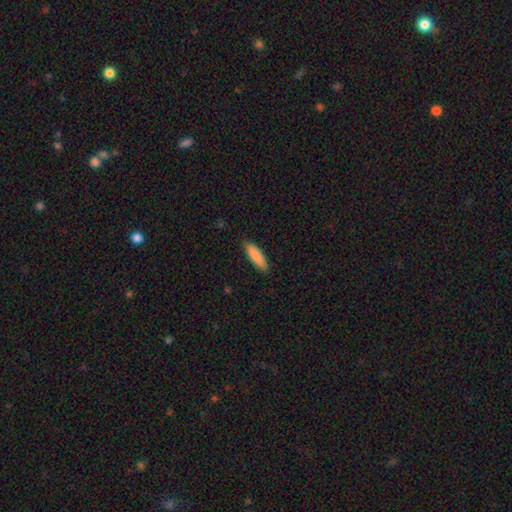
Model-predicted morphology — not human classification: Overall: smooth (88%). How rounded: cigar-shaped (58%; in between 41%). Merging: none (87%).